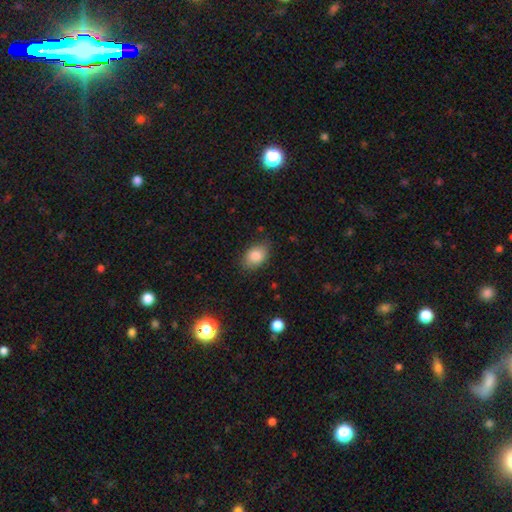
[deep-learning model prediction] Smooth or featured: smooth — 84% (star or artifact — 8%)
How rounded: in between — 84% (round — 15%)
Merging: none — 80% (minor disturbance — 16%)